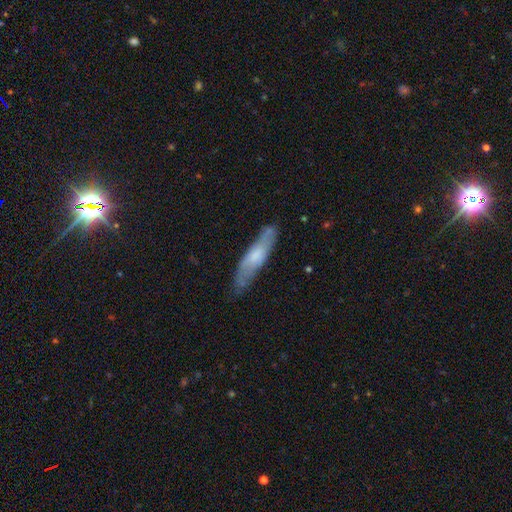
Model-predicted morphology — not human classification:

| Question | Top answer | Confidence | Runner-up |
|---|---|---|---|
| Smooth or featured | smooth | 53% | featured or disk (41%) |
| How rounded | cigar-shaped | 77% | in between (21%) |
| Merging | none | 72% | minor disturbance (22%) |